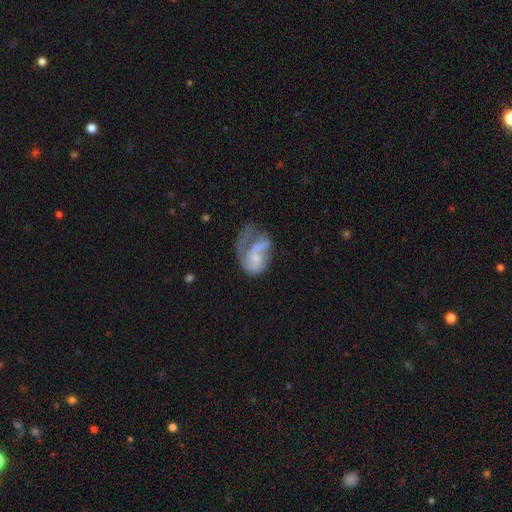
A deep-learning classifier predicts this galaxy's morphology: A featured or disk galaxy (59%) with no bar (73%), spiral arms (50%, tied with no) and a small central bulge (41%). Merging: major disturbance (46%).